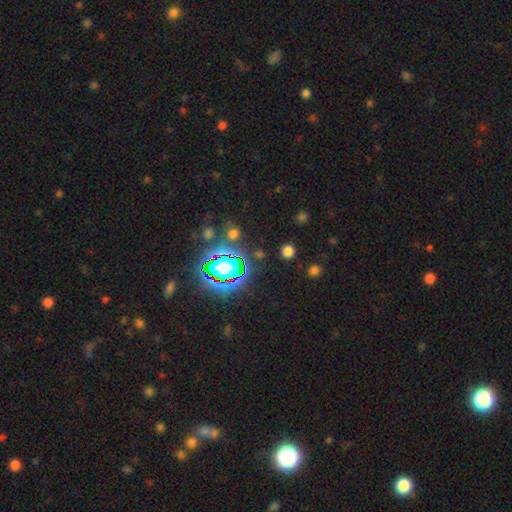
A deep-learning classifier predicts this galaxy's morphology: smooth-or-featured: star or artifact: 69% | smooth: 23% | featured or disk: 9%